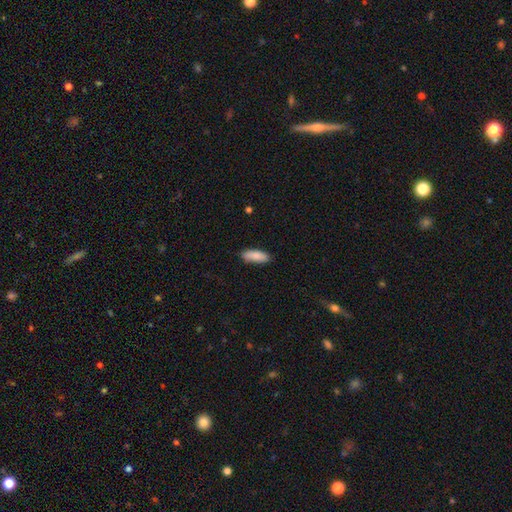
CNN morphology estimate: A smooth galaxy with no disk features (87%) that is in between round and cigar-shaped (68%).

Vote fractions:
- Smooth or featured? smooth: 87% / featured or disk: 7% / star or artifact: 6%
- How rounded? in between: 68% / cigar-shaped: 30% / round: 2%
- Merging? none: 86% / minor disturbance: 11% / major disturbance: 2% / merger: 1%